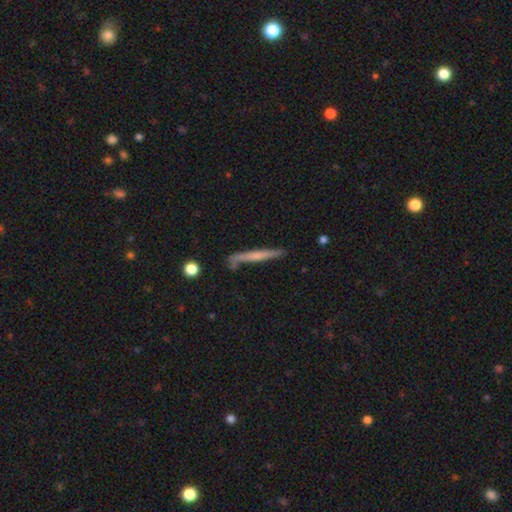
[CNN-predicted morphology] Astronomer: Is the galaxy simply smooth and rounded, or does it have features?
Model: smooth — 48% (runner-up: featured or disk, 45%).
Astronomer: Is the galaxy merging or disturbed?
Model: none — 76%.